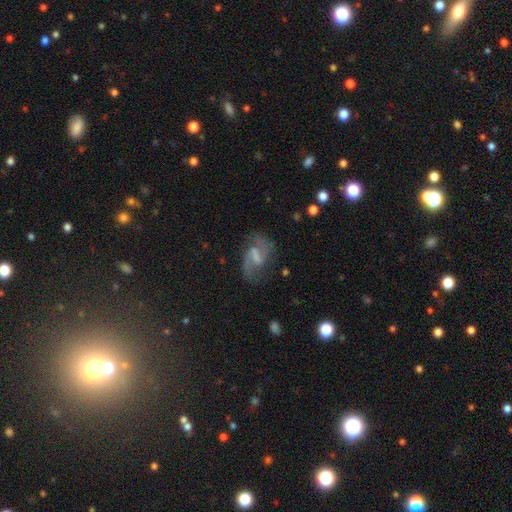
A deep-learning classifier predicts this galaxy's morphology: Smooth or featured: featured or disk — 80% (smooth — 12%)
Edge-on disk: no — 97% (yes — 3%)
Bar: weak — 49% (strong — 36%)
Spiral arms: yes — 93% (no — 7%)
Spiral winding: medium — 48% (loose — 41%)
Spiral arm count: 2 — 89% (can't tell — 5%)
Bulge size: none — 47% (small — 26%)
Merging: none — 68% (minor disturbance — 18%)